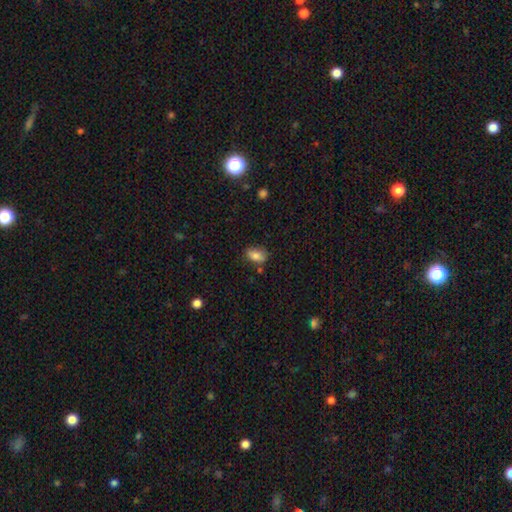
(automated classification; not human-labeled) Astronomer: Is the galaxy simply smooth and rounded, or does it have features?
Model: smooth — 82%.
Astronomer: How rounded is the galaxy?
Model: in between — 87%.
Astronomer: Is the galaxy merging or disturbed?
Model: none — 72%.